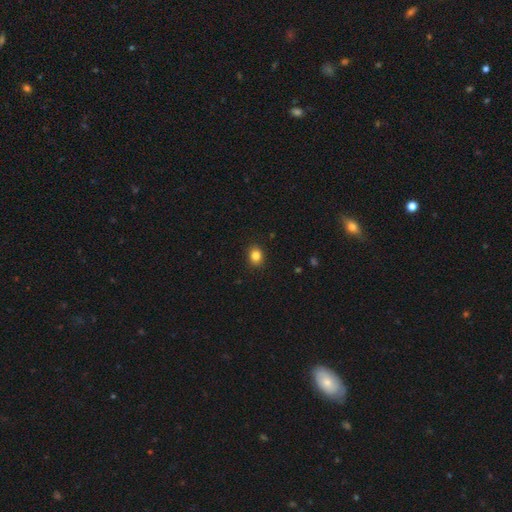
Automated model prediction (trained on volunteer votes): A smooth galaxy with no disk features (84%) that is round (62%). Merging: none (90%).